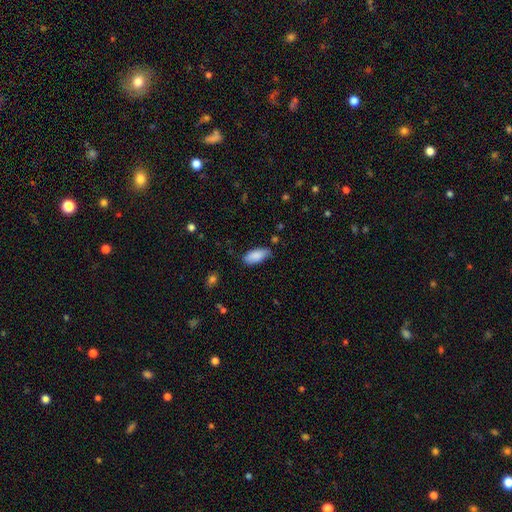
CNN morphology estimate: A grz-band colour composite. It shows a smooth galaxy with no disk features (88%) that is in between round and cigar-shaped (88%). Merging: none (72%).